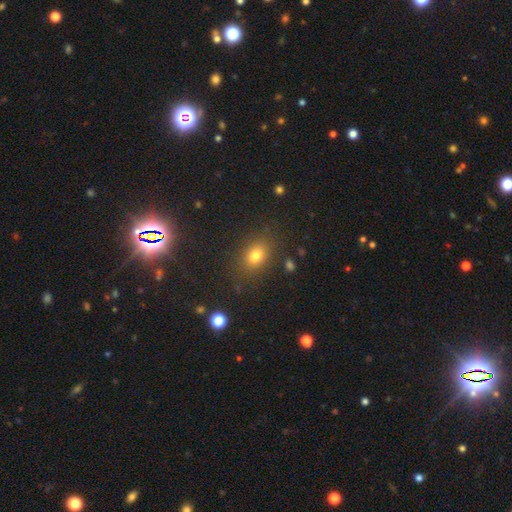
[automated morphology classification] Q: Smooth or featured?
A: smooth (74%); runner-up: star or artifact (17%)
Q: How rounded?
A: in between (64%); runner-up: round (34%)
Q: Merging?
A: none (83%); runner-up: minor disturbance (11%)